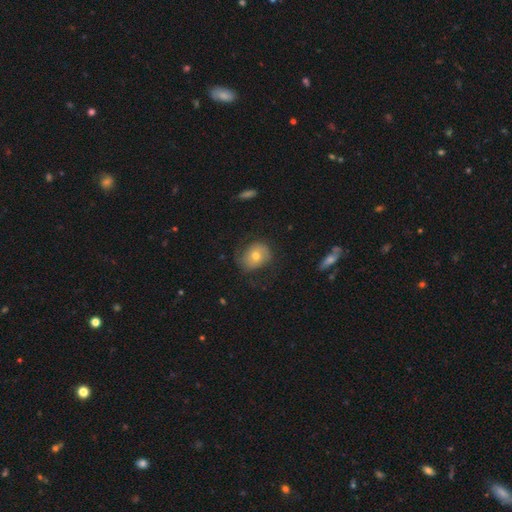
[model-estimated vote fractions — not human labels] The model was most divided on "how rounded": round: 56%, in between: 43%, cigar-shaped: 1%. More confident: merging — none (61%); smooth or featured — smooth (54%).